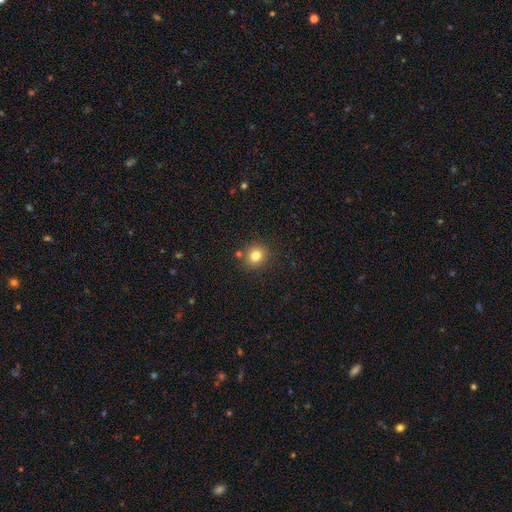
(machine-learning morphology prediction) The model was most divided on "how rounded": round: 82%, in between: 17%, cigar-shaped: 1%. More confident: merging — none (84%); smooth or featured — smooth (81%).